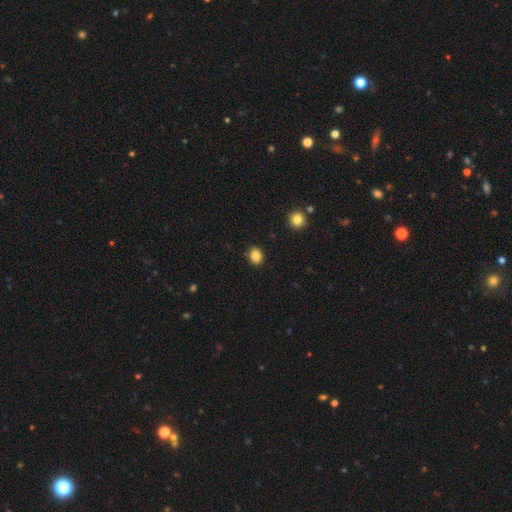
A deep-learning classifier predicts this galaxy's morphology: This appears to be a smooth galaxy with no disk features (86%) that is round (63%). Merging: none (89%).